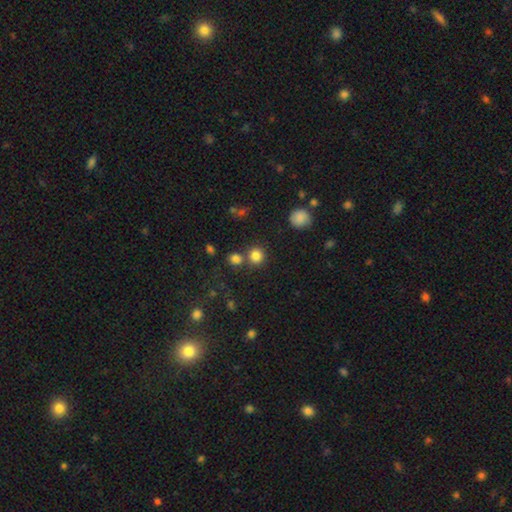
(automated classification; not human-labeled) Overall: smooth (82%). How rounded: round (89%). Merging: none (71%).